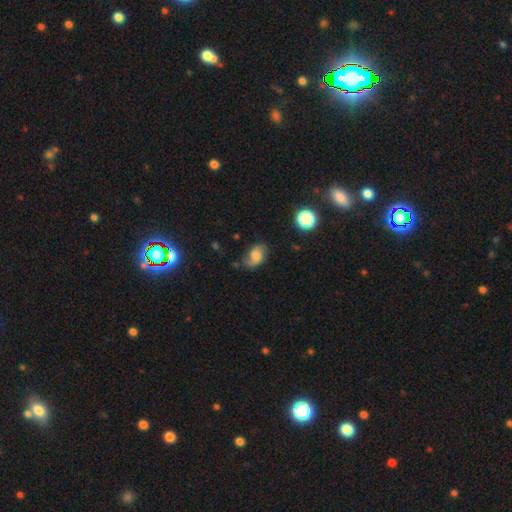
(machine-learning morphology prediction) type=smooth (48%); merging=none (56%).